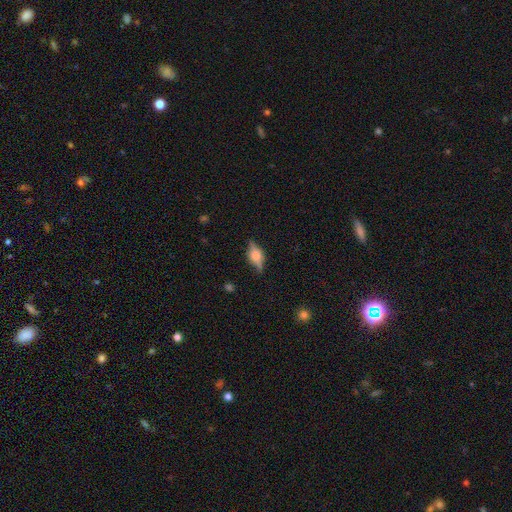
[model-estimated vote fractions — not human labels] A featured or disk galaxy (67%) viewed edge-on (93%) with a rounded central bulge (89%).

Vote fractions:
- Smooth or featured? featured or disk: 67% / smooth: 25% / star or artifact: 8%
- Edge-on disk? yes: 93% / no: 7%
- Edge-on bulge? rounded: 89% / boxy: 9% / none: 2%
- Merging? none: 80% / minor disturbance: 14% / major disturbance: 4% / merger: 2%